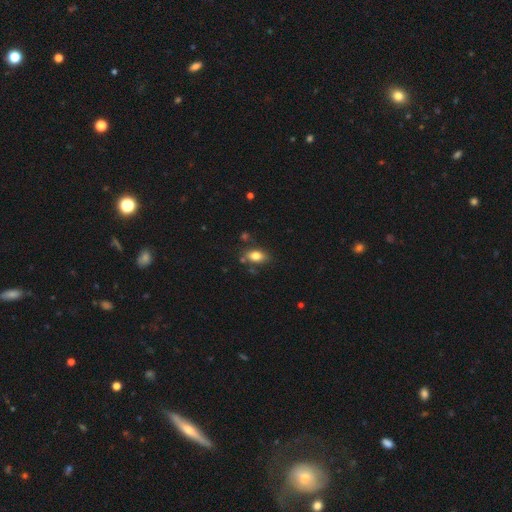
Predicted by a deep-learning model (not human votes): Smooth or featured? Predicted: smooth (p=0.80). How rounded? Predicted: in between (p=0.85). Merging? Predicted: none (p=0.74).